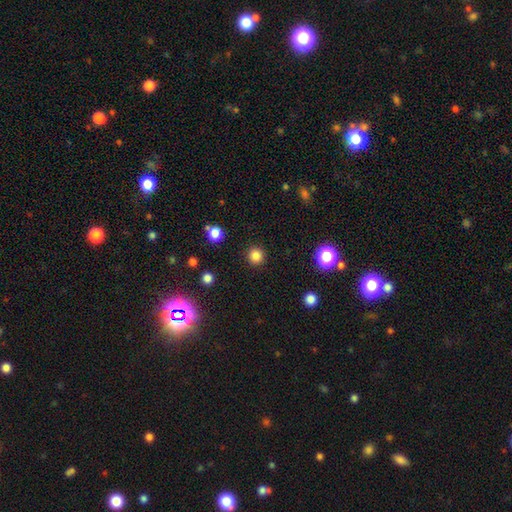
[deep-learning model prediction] smooth 83%, star or artifact 13%, featured or disk 4%. Down the decision tree: how rounded — round (93%); merging — none (92%).